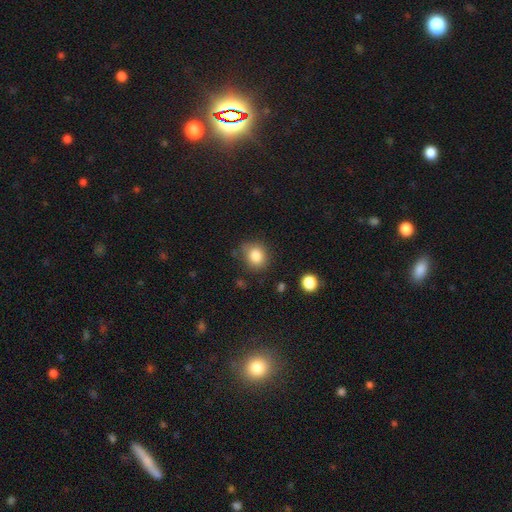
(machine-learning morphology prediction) Q: Smooth or featured?
A: smooth (84%); runner-up: star or artifact (10%)
Q: How rounded?
A: round (70%); runner-up: in between (29%)
Q: Merging?
A: none (76%); runner-up: minor disturbance (17%)